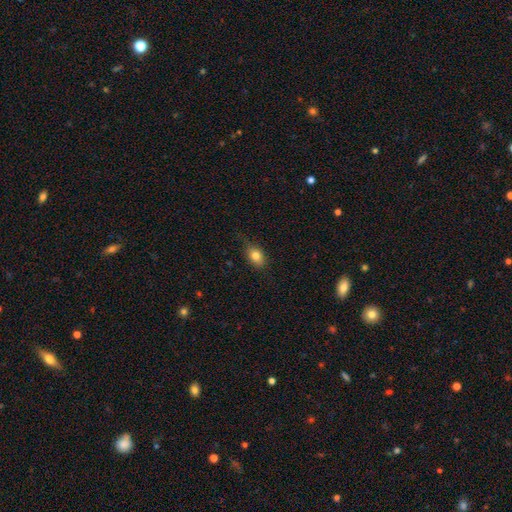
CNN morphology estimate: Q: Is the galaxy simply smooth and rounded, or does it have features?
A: smooth — 80%.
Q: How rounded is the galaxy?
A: in between — 75%.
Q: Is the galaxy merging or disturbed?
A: none — 74%.